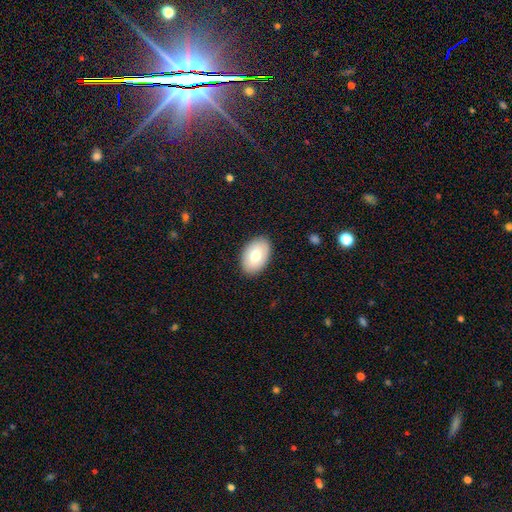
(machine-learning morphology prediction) smooth_or_featured: smooth (p=0.73) [alt: featured or disk p=0.21]
how_rounded: in between (p=0.89) [alt: round p=0.10]
merging: none (p=0.88) [alt: minor disturbance p=0.09]